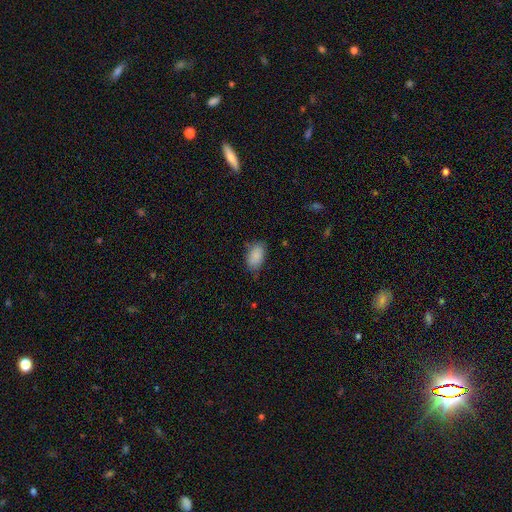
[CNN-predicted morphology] smooth 88%, star or artifact 7%, featured or disk 5%. Down the decision tree: how rounded — in between (91%); merging — none (71%).